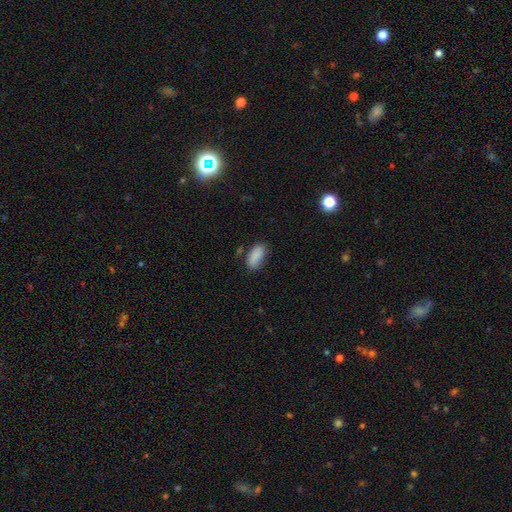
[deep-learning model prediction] Morphology: type=smooth (88%); roundness=in between (90%); merging=none (74%).